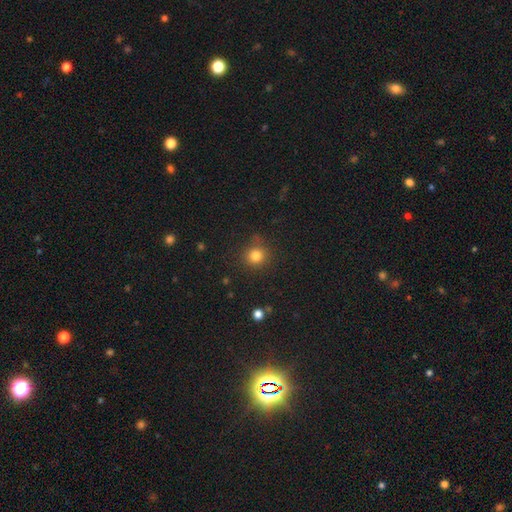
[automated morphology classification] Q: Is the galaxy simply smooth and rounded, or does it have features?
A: smooth — 81%.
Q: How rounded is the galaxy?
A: round — 91%.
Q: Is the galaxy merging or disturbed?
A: none — 83%.